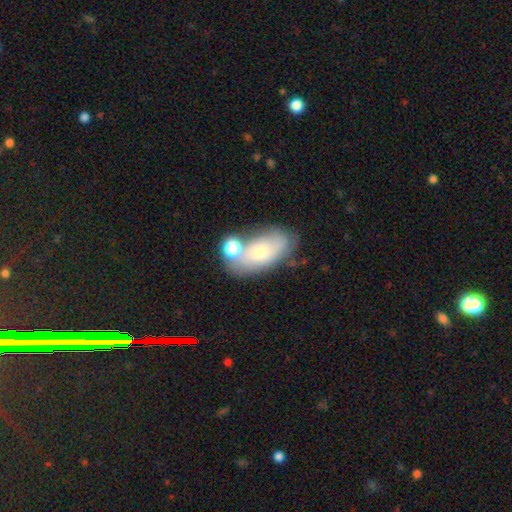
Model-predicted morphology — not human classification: This appears to be a smooth galaxy with no disk features (54%) that is in between round and cigar-shaped (88%). Merging: none (54%).